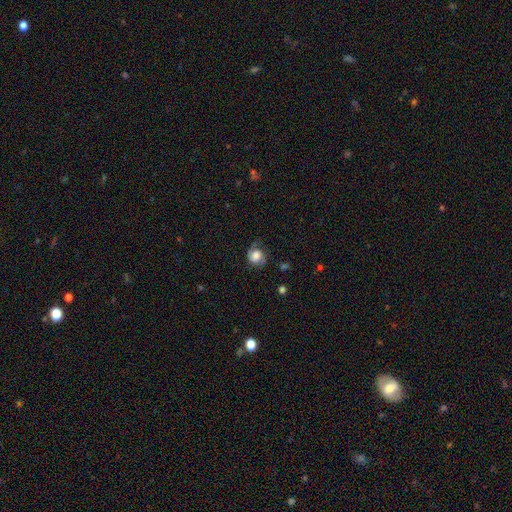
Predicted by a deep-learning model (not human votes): The model was most divided on "smooth or featured": smooth: 52%, featured or disk: 39%, star or artifact: 10%. More confident: how rounded — round (74%); merging — none (57%).